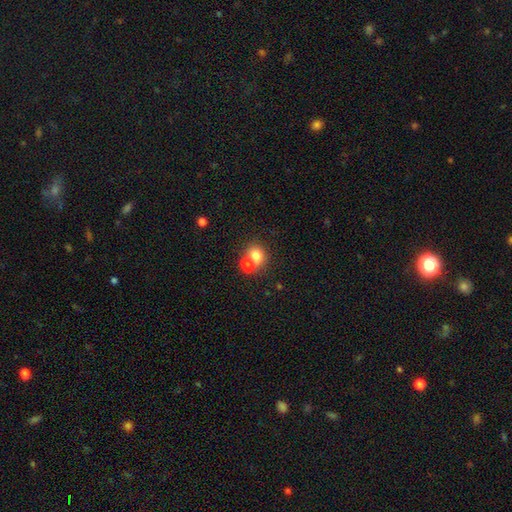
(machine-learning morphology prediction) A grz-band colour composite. It shows a smooth galaxy with no disk features (76%) that is round (67%). Merging: merger (47%).